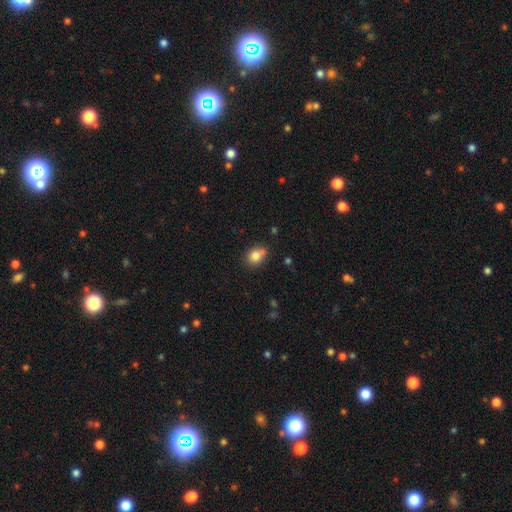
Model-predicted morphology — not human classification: type=smooth (81%); roundness=round (58%); merging=none (60%).